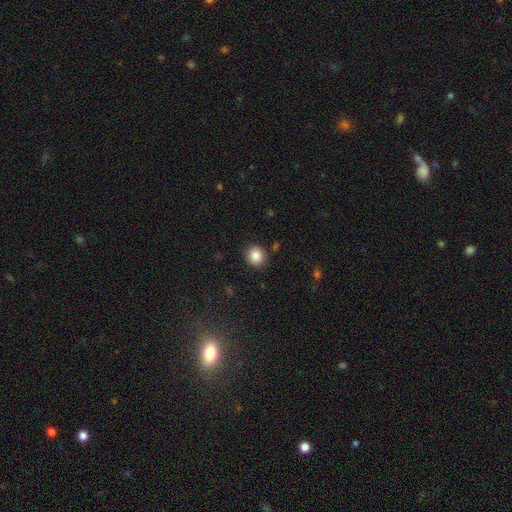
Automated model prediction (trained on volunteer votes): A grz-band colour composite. It shows a smooth galaxy with no disk features (86%) that is round (88%). Merging: none (89%).